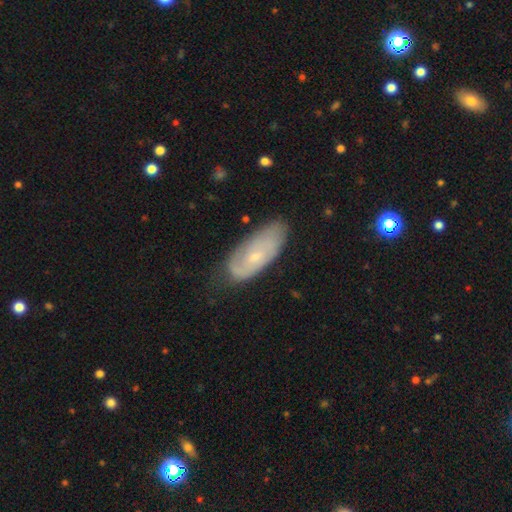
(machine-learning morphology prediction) featured or disk 52%, smooth 41%, star or artifact 7%. Down the decision tree: edge-on disk — no (88%); merging — none (66%).